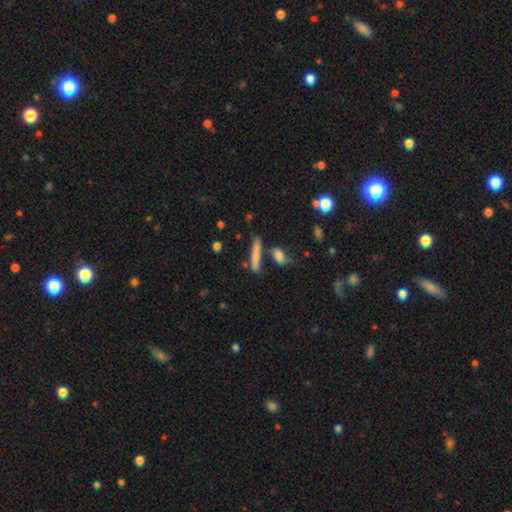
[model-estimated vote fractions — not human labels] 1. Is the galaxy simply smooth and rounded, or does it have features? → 69% smooth, 22% featured or disk, 9% star or artifact.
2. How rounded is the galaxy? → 85% cigar-shaped, 12% in between, 3% round.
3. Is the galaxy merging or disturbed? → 62% none, 16% merger, 15% minor disturbance, 6% major disturbance.